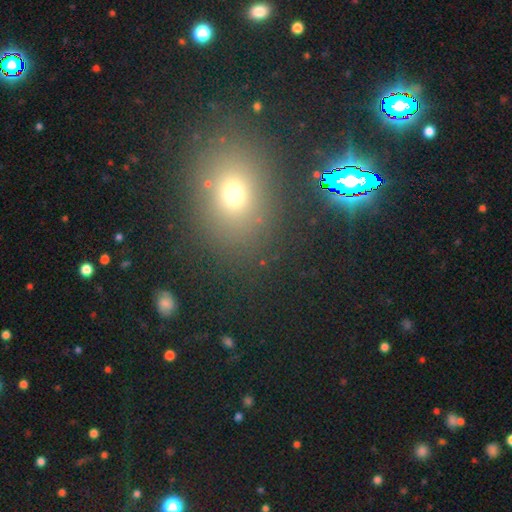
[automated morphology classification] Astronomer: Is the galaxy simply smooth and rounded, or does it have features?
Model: smooth — 53% (runner-up: star or artifact, 37%).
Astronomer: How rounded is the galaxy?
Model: in between — 50% (runner-up: round, 48%).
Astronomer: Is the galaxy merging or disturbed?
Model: none — 86%.